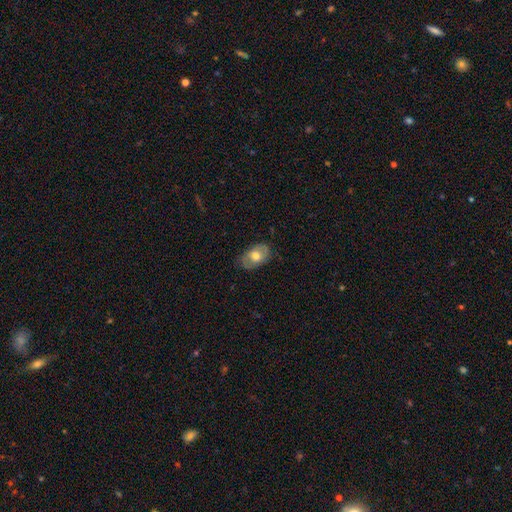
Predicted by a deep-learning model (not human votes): Morphology: type=smooth (53%); roundness=in between (87%); merging=none (75%).